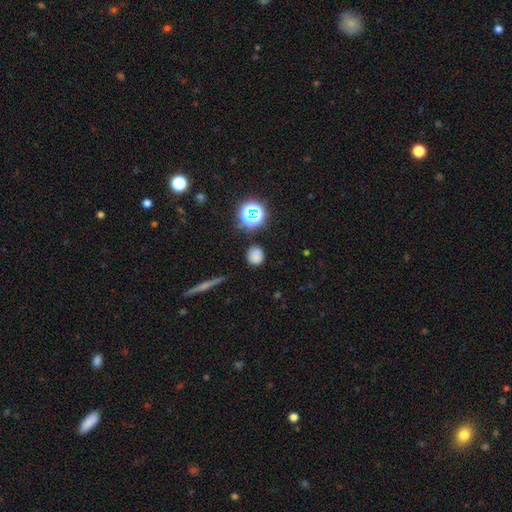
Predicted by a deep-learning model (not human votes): The model was most divided on "smooth or featured": smooth: 74%, star or artifact: 19%, featured or disk: 7%. More confident: merging — none (83%); how rounded — round (83%).